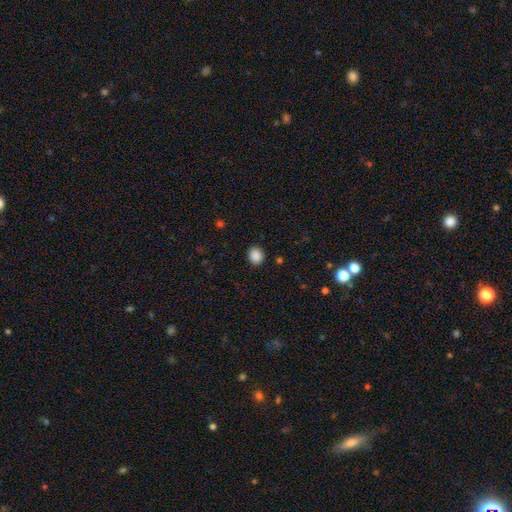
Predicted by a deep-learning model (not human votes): smooth_or_featured: smooth (p=0.88) [alt: star or artifact p=0.09]
how_rounded: round (p=0.75) [alt: in between p=0.24]
merging: none (p=0.90) [alt: minor disturbance p=0.07]